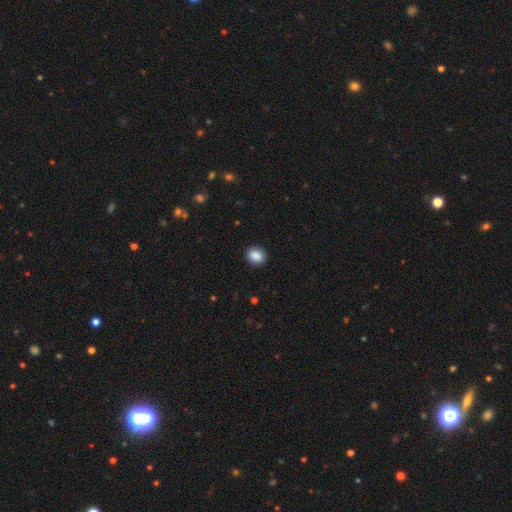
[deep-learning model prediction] Smooth or featured? smooth (89%)
How rounded? round (59%)
Merging? none (91%)